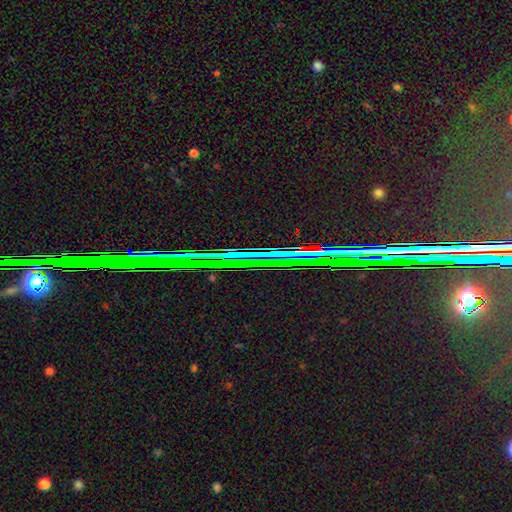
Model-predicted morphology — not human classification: star or artifact 82%, featured or disk 10%, smooth 8%.